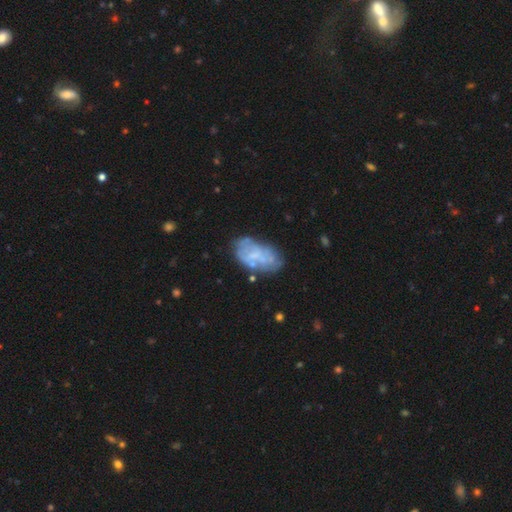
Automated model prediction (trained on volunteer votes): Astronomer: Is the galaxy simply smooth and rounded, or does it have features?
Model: featured or disk — 55% (runner-up: smooth, 37%).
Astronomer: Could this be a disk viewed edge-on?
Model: no — 96%.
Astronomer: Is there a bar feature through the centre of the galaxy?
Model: no — 68%.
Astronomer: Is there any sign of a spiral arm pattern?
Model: no — 68%.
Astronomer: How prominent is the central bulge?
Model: none — 41% (runner-up: small, 38%).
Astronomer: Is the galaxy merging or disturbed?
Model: none — 55%.